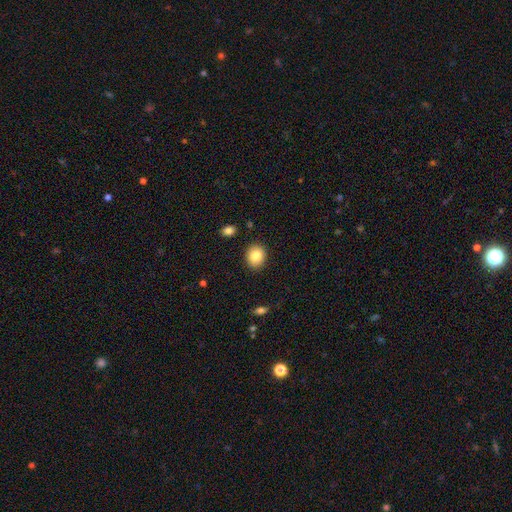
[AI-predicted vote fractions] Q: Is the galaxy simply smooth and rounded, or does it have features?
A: smooth — 85%.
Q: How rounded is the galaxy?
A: round — 60%.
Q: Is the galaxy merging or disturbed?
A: none — 88%.